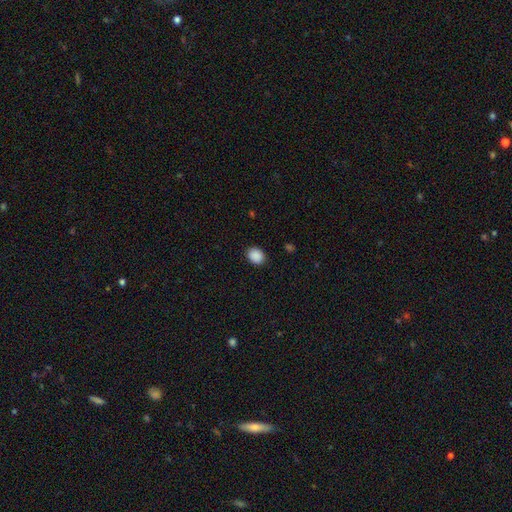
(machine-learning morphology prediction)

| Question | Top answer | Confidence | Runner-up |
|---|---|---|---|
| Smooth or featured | smooth | 90% | star or artifact (8%) |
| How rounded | round | 51% | in between (48%) |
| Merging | none | 89% | minor disturbance (8%) |